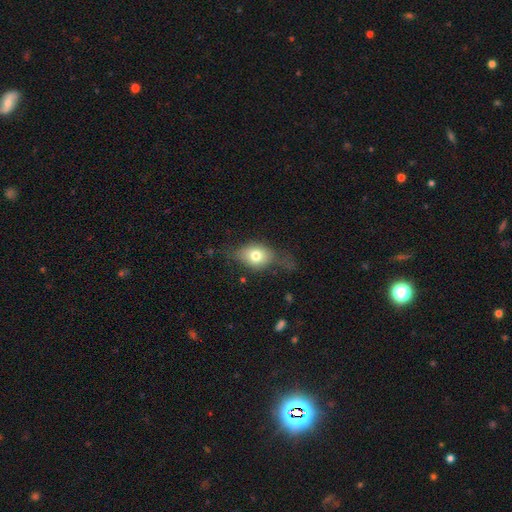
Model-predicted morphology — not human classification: A smooth galaxy with no disk features (68%) that is in between round and cigar-shaped (61%).

Vote fractions:
- Smooth or featured? smooth: 68% / featured or disk: 23% / star or artifact: 9%
- How rounded? in between: 61% / round: 36% / cigar-shaped: 3%
- Merging? none: 48% / minor disturbance: 29% / major disturbance: 21% / merger: 2%